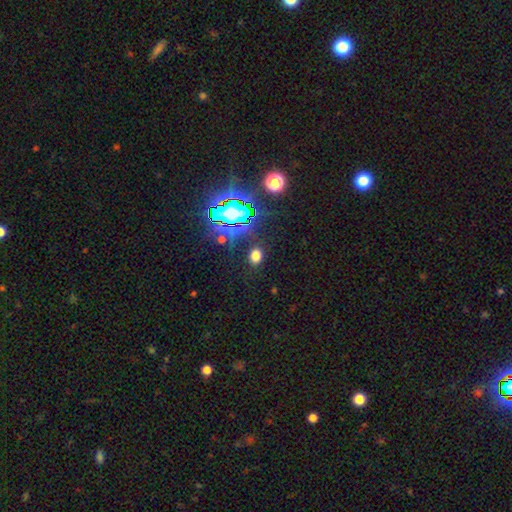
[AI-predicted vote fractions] A smooth galaxy with no disk features (63%) that is in between round and cigar-shaped (65%).

Vote fractions:
- Smooth or featured? smooth: 63% / star or artifact: 30% / featured or disk: 7%
- How rounded? in between: 65% / round: 33% / cigar-shaped: 2%
- Merging? none: 85% / minor disturbance: 9% / major disturbance: 4% / merger: 2%